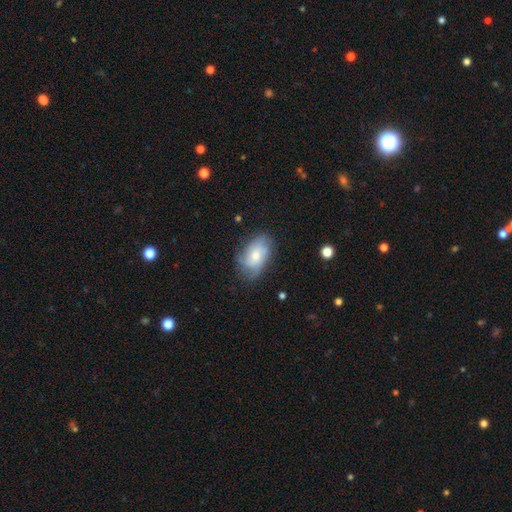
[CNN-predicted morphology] Q: Smooth or featured?
A: featured or disk (54%); runner-up: smooth (38%)
Q: Edge-on disk?
A: no (95%); runner-up: yes (5%)
Q: Bar?
A: no (73%); runner-up: weak (24%)
Q: Spiral arms?
A: yes (83%); runner-up: no (17%)
Q: Bulge size?
A: moderate (51%); runner-up: small (38%)
Q: Merging?
A: none (64%); runner-up: minor disturbance (25%)